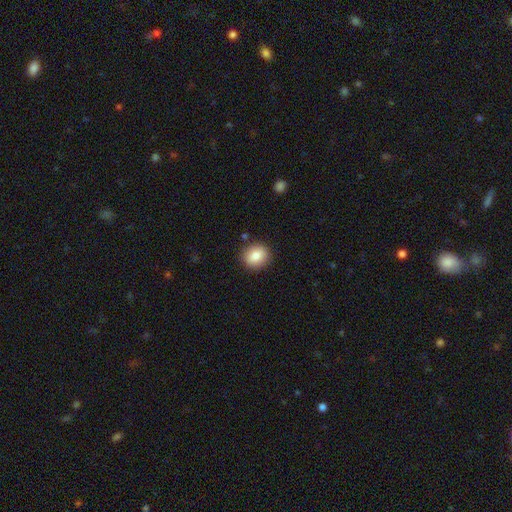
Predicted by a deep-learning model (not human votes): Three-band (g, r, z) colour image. It shows a smooth galaxy with no disk features (84%) that is round (75%). Merging: none (88%).